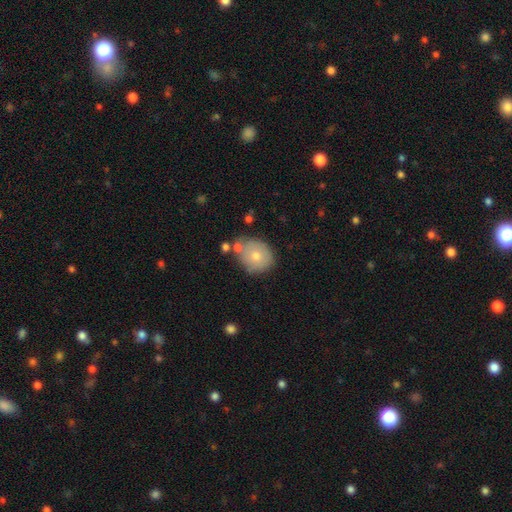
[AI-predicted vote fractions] Smooth or featured?
  - smooth: 70% *
  - featured or disk: 22%
  - star or artifact: 8%
How rounded?
  - round: 71% *
  - in between: 29%
  - cigar-shaped: 1%
Merging?
  - none: 62% *
  - minor disturbance: 19%
  - merger: 13%
  - major disturbance: 5%